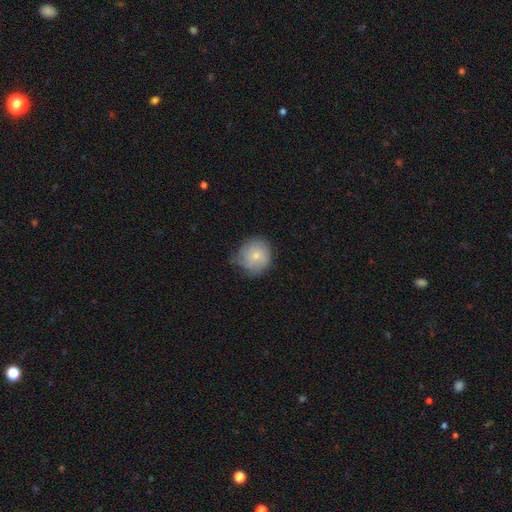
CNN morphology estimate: smooth-or-featured: smooth: 69% | featured or disk: 23% | star or artifact: 8%
  how-rounded: round: 87% | in between: 12% | cigar-shaped: 1%
  merging: none: 60% | minor disturbance: 30% | major disturbance: 8% | merger: 2%